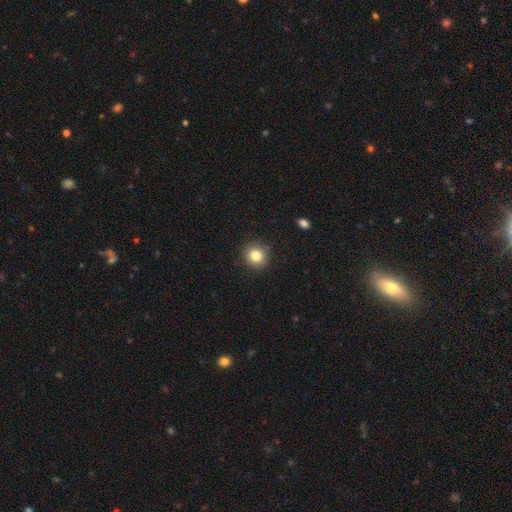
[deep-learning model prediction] Morphology: type=smooth (81%); roundness=round (91%); merging=none (89%).